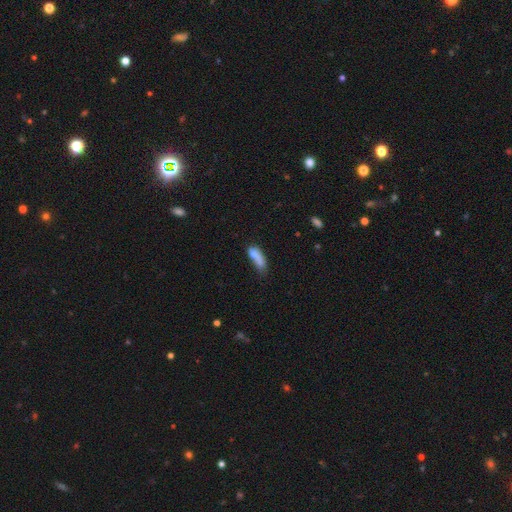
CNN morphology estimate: This appears to be a smooth galaxy with no disk features (69%) that is in between round and cigar-shaped (60%). Merging: merger (31%).